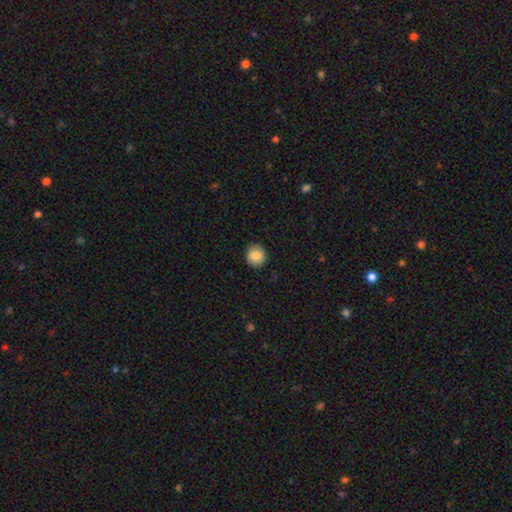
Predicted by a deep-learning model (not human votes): Smooth or featured: smooth — 85% (star or artifact — 8%)
How rounded: round — 88% (in between — 11%)
Merging: none — 88% (minor disturbance — 9%)